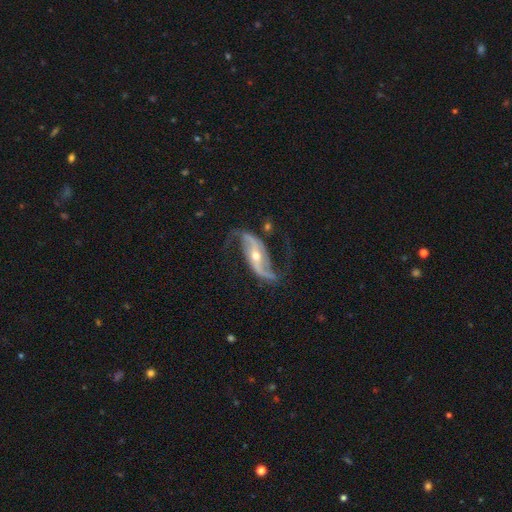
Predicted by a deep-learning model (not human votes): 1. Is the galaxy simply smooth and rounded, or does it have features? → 92% featured or disk, 5% star or artifact, 4% smooth.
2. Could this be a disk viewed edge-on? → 95% no, 5% yes.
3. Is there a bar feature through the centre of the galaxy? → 40% strong, 33% no, 27% weak.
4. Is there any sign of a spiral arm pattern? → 97% yes, 3% no.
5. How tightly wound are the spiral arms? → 69% loose, 23% medium, 7% tight.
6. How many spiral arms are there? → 94% 2, 2% can't tell, 1% 1, 1% 3, 1% 4, 1% more than 4.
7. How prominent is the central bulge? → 49% moderate, 47% small, 2% large, 1% none, 1% dominant.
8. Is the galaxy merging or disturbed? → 74% none, 15% minor disturbance, 9% major disturbance, 2% merger.